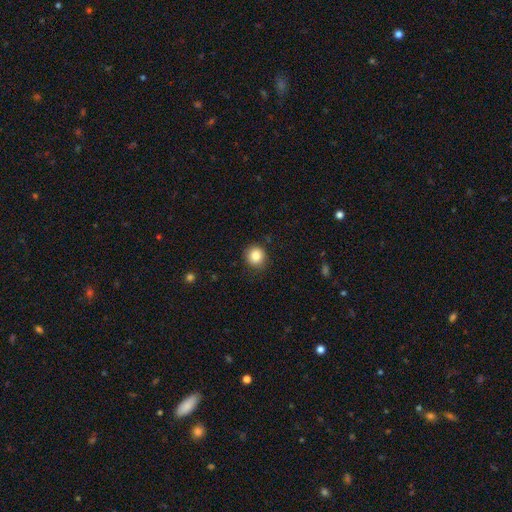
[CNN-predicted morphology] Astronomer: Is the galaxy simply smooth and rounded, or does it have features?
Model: smooth — 84%.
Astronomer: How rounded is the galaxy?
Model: round — 88%.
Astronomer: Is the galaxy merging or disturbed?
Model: none — 87%.